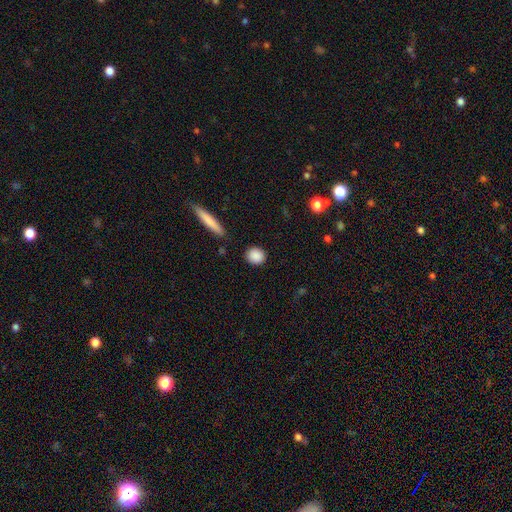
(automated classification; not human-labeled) This appears to be a smooth galaxy with no disk features (88%) that is round (79%). Merging: none (88%).